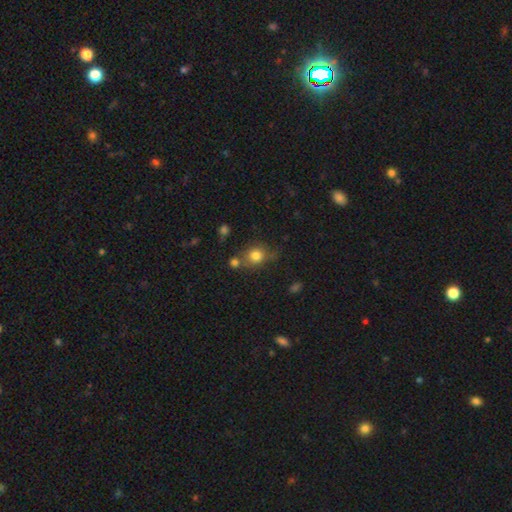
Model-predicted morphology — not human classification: This is likely a smooth galaxy (79%). How rounded: likely round (76%). Merging: likely none (62%).